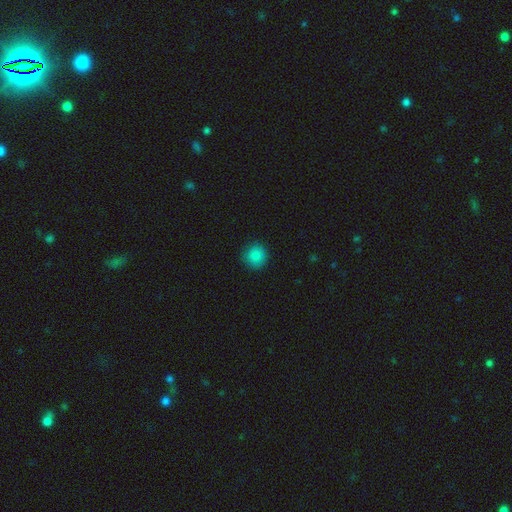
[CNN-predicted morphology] This appears to be a smooth galaxy with no disk features (85%) that is round (93%). Merging: none (90%).